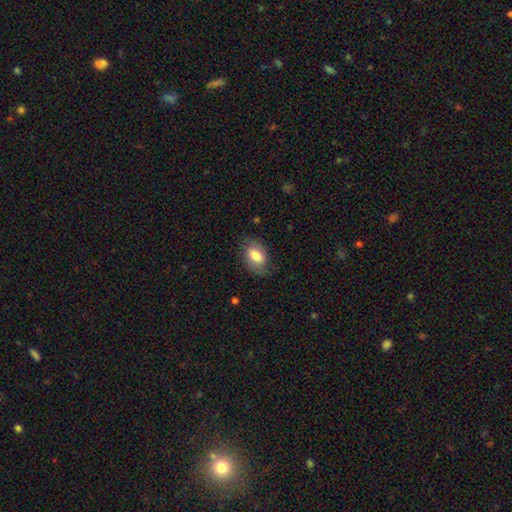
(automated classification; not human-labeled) The model was most divided on "smooth or featured": smooth: 65%, featured or disk: 28%, star or artifact: 7%. More confident: how rounded — in between (85%); merging — none (73%).